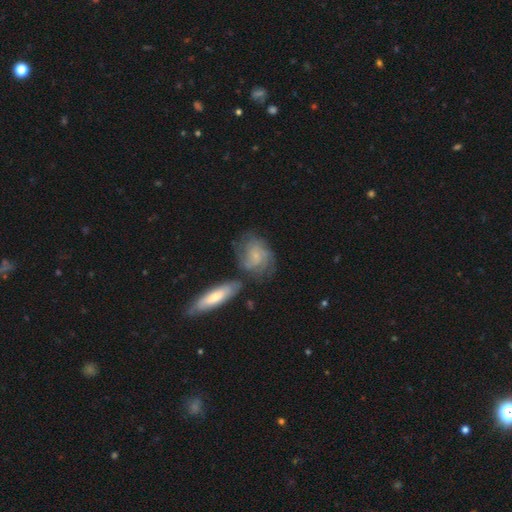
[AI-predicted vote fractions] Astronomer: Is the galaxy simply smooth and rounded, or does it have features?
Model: featured or disk — 63%.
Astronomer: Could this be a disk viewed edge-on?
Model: no — 94%.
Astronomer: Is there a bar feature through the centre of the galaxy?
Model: no — 70%.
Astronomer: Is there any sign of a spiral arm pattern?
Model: yes — 86%.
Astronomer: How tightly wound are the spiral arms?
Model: tight — 52% (runner-up: medium, 35%).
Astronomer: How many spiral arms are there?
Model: can't tell — 45%.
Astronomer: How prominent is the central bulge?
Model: small — 74%.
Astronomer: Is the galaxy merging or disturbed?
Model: none — 55%.